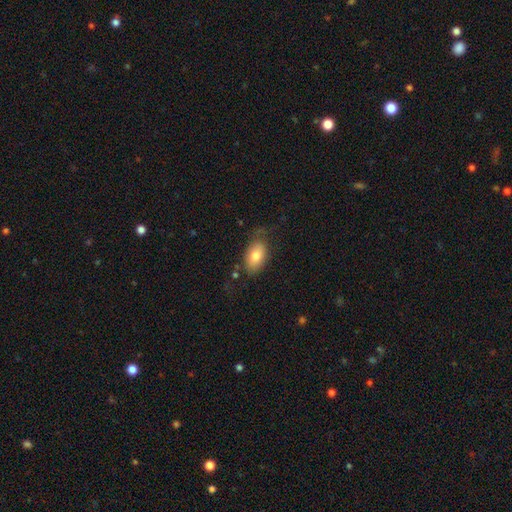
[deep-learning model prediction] smooth_or_featured: smooth (p=0.78) [alt: featured or disk p=0.15]
how_rounded: in between (p=0.92) [alt: round p=0.06]
merging: none (p=0.65) [alt: minor disturbance p=0.22]